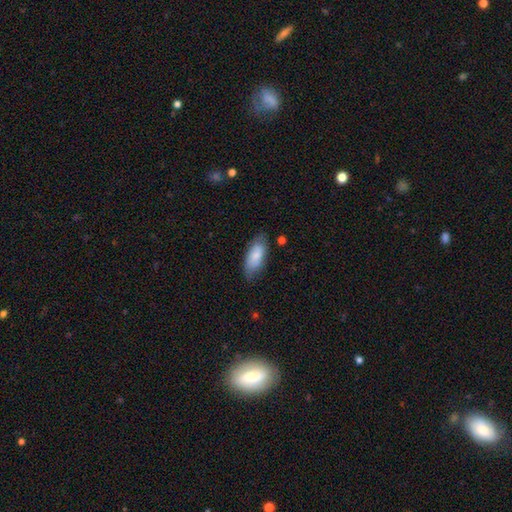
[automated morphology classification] smooth_or_featured: smooth (p=0.76) [alt: featured or disk p=0.18]
how_rounded: in between (p=0.86) [alt: cigar-shaped p=0.12]
merging: none (p=0.69) [alt: minor disturbance p=0.24]